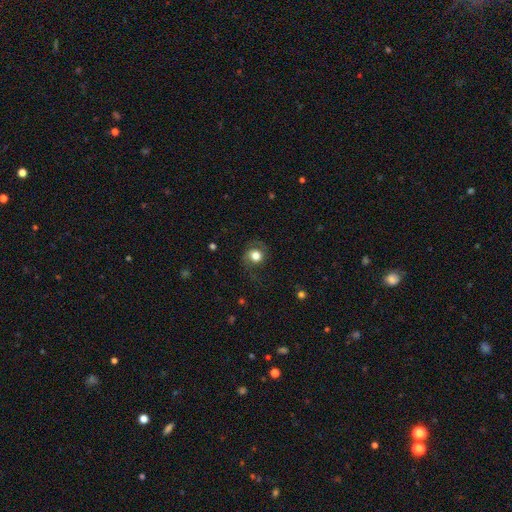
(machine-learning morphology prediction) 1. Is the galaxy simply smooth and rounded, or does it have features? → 56% smooth, 34% featured or disk, 10% star or artifact.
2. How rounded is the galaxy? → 80% round, 19% in between, 1% cigar-shaped.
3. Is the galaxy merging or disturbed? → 62% none, 18% minor disturbance, 18% major disturbance, 1% merger.